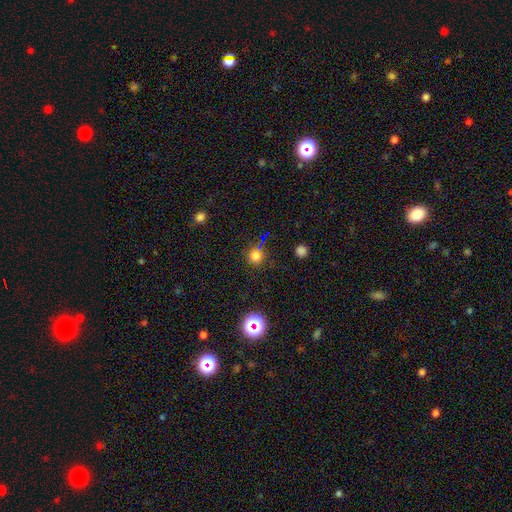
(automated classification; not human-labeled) A smooth galaxy with no disk features (75%) that is round (94%). Merging: none (85%).